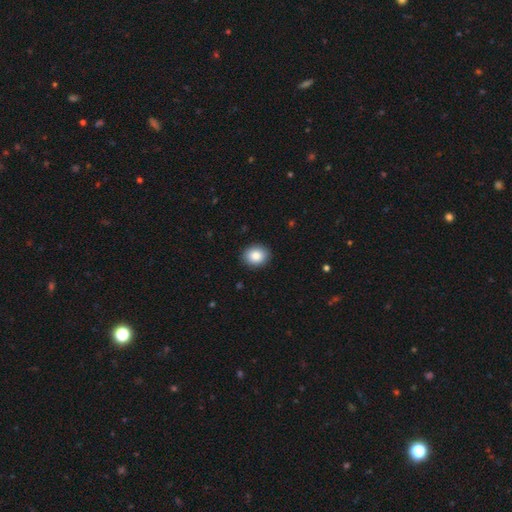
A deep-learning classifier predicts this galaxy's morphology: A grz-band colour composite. It shows a smooth galaxy with no disk features (86%) that is round (59%). Merging: none (91%).